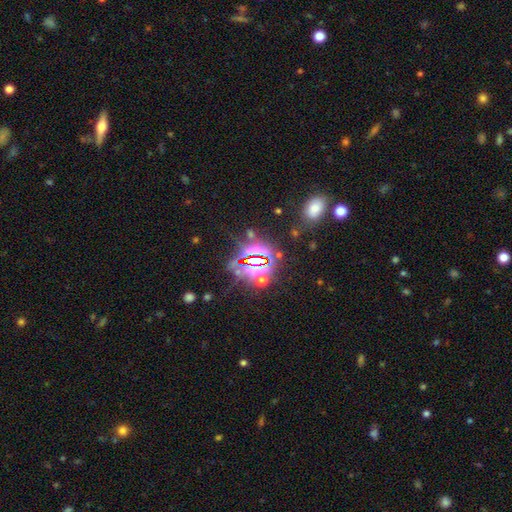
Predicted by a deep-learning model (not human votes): Smooth or featured: star or artifact — 81% (smooth — 11%)